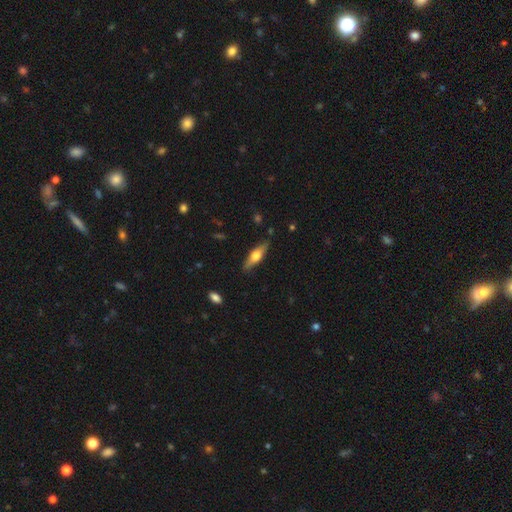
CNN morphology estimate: A featured or disk galaxy (52%) viewed edge-on (91%). Merging: none (84%).